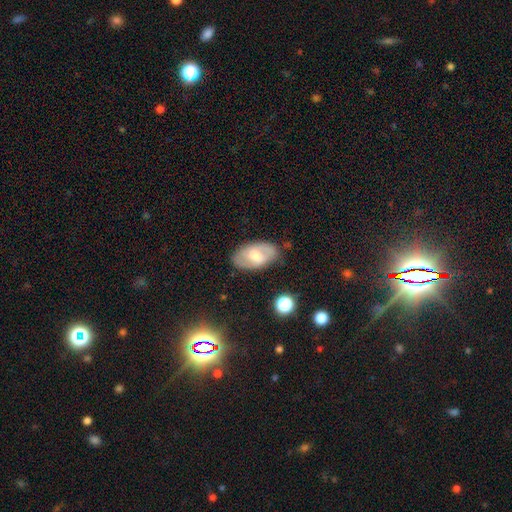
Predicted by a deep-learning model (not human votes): smooth_or_featured: featured or disk (p=0.48) [alt: smooth p=0.45]
merging: none (p=0.79) [alt: minor disturbance p=0.15]